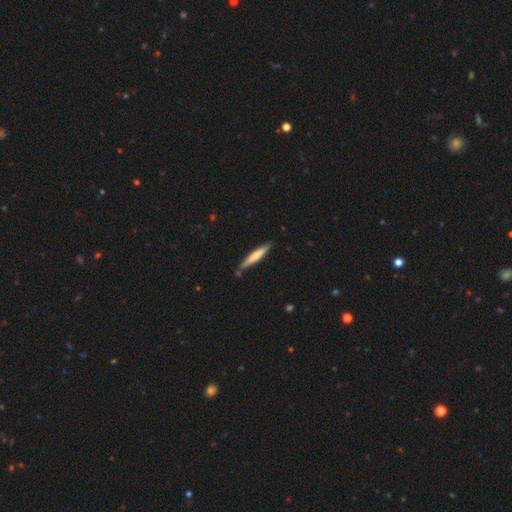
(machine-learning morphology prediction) Smooth or featured: smooth — 61% (featured or disk — 34%)
How rounded: cigar-shaped — 93% (in between — 6%)
Merging: none — 80% (minor disturbance — 14%)